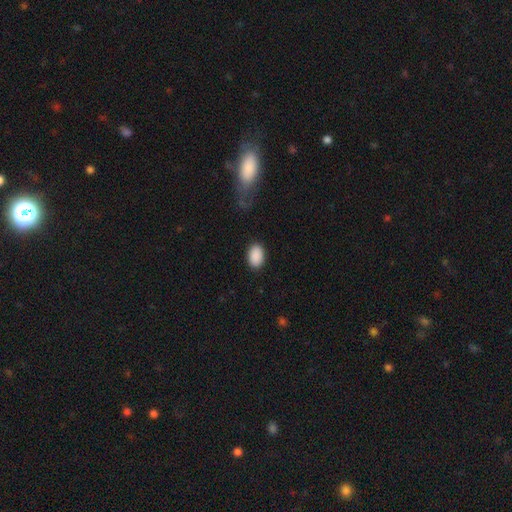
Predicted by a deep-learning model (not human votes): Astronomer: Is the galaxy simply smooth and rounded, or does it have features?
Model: smooth — 91%.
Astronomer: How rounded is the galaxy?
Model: in between — 86%.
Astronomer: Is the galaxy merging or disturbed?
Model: none — 88%.